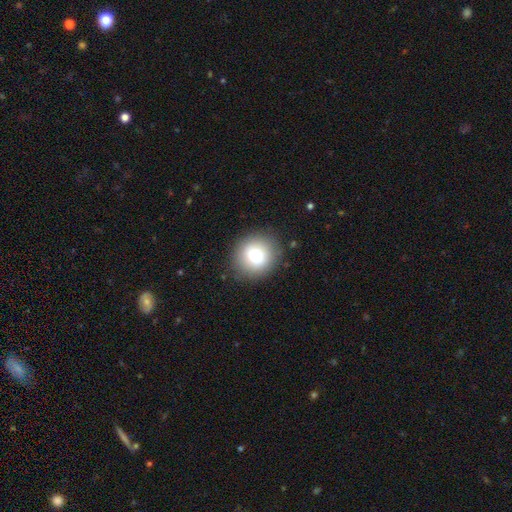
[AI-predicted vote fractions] Smooth or featured: smooth — 78% (featured or disk — 12%)
How rounded: round — 84% (in between — 15%)
Merging: none — 86% (minor disturbance — 9%)